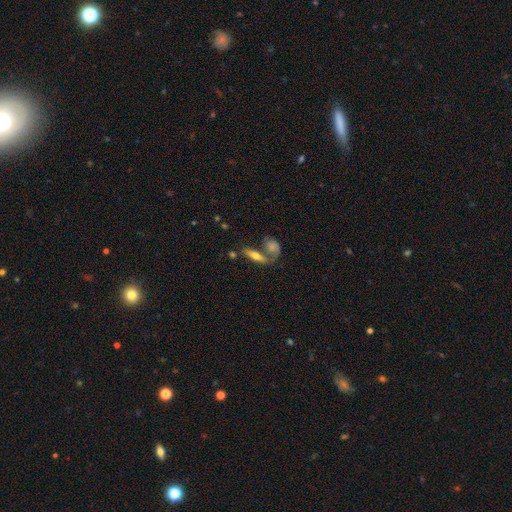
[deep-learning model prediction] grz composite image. It shows a smooth galaxy with no disk features (48%). Merging: none (50%).